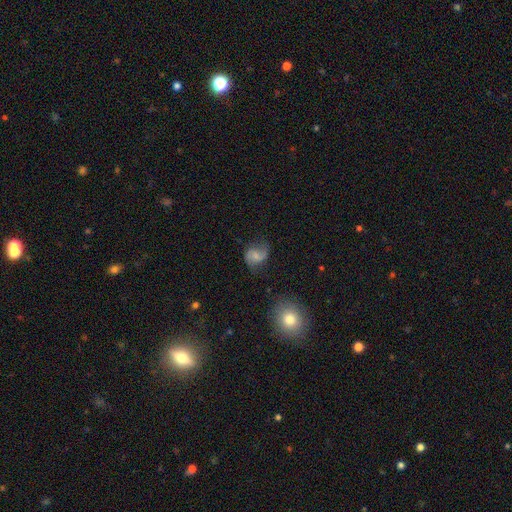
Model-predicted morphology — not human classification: Q: Smooth or featured?
A: featured or disk (64%); runner-up: smooth (26%)
Q: Edge-on disk?
A: no (98%); runner-up: yes (2%)
Q: Bar?
A: no (48%); runner-up: weak (42%)
Q: Spiral arms?
A: yes (92%); runner-up: no (8%)
Q: Spiral winding?
A: loose (56%); runner-up: medium (35%)
Q: Spiral arm count?
A: 2 (83%); runner-up: 1 (9%)
Q: Bulge size?
A: small (49%); runner-up: moderate (26%)
Q: Merging?
A: none (60%); runner-up: minor disturbance (24%)